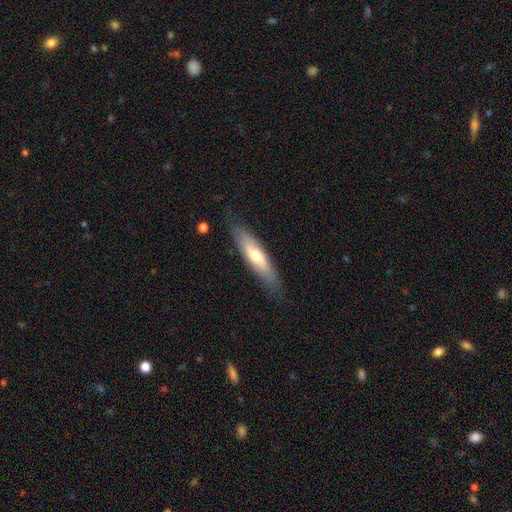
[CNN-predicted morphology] This is possibly a smooth galaxy (54%). How rounded: likely cigar-shaped (70%). Merging: likely none (80%).